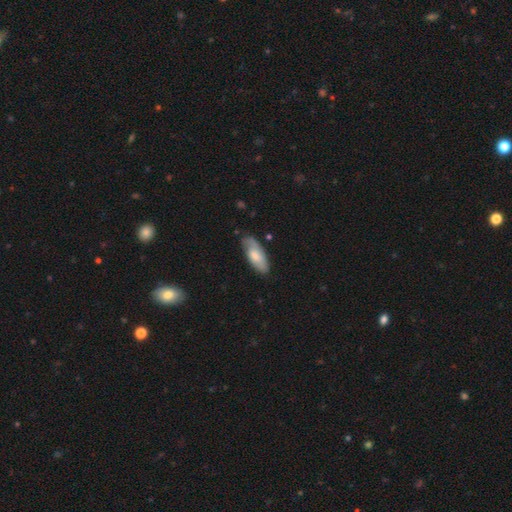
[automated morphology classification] A smooth galaxy with no disk features (68%) that is in between round and cigar-shaped (82%).

Vote fractions:
- Smooth or featured? smooth: 68% / featured or disk: 26% / star or artifact: 6%
- How rounded? in between: 82% / cigar-shaped: 16% / round: 2%
- Merging? none: 69% / minor disturbance: 24% / major disturbance: 5% / merger: 2%